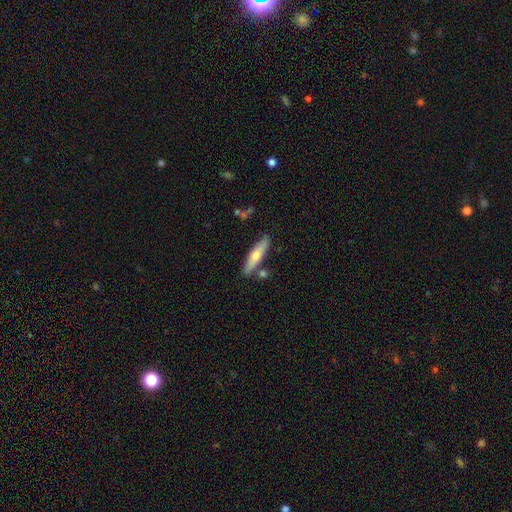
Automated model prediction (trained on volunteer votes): Morphology: type=smooth (53%); roundness=cigar-shaped (82%); merging=none (80%).